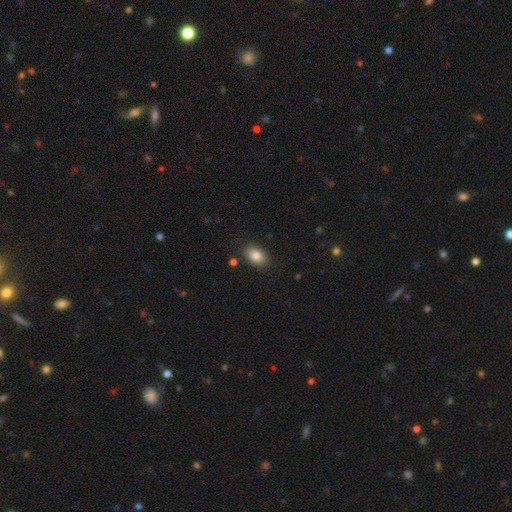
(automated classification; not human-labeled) smooth-or-featured: smooth: 84% | star or artifact: 9% | featured or disk: 7%
  how-rounded: in between: 82% | round: 16% | cigar-shaped: 1%
  merging: none: 85% | minor disturbance: 10% | major disturbance: 3% | merger: 2%